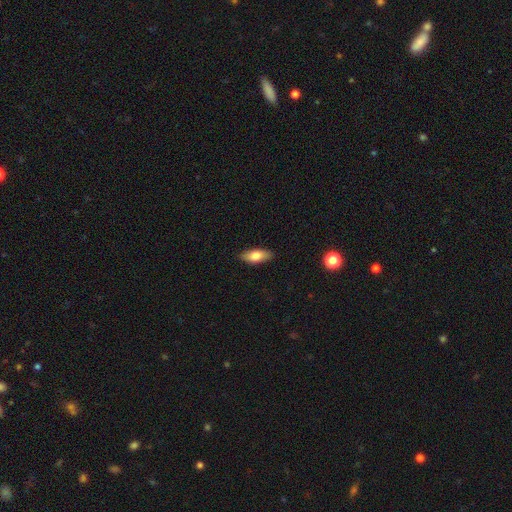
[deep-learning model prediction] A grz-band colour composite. It shows a smooth galaxy with no disk features (77%) that is in between round and cigar-shaped (78%). Merging: none (87%).